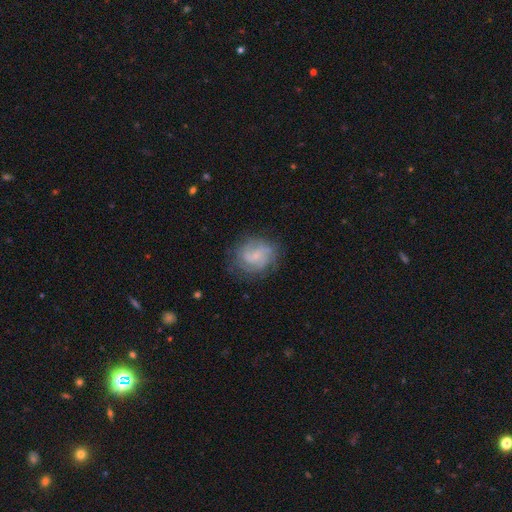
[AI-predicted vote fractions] Smooth or featured? featured or disk (69%)
Edge-on disk? no (98%)
Bar? no (53%)
Spiral arms? yes (92%)
Spiral winding? tight (44%)
Spiral arm count? 2 (34%)
Bulge size? small (67%)
Merging? none (74%)